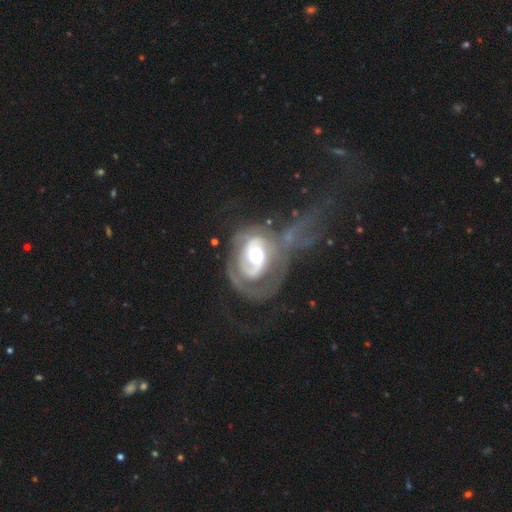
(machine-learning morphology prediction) This appears to be a featured or disk galaxy (80%) with no bar (58%), 1 (34%) tight (48%) spiral arms (79%) and a moderate central bulge (58%). Merging: major disturbance (45%).